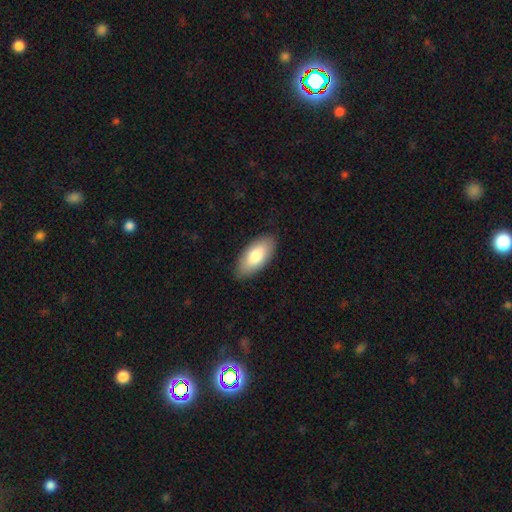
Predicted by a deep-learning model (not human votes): A smooth galaxy with no disk features (80%) that is in between round and cigar-shaped (91%). Merging: none (86%).